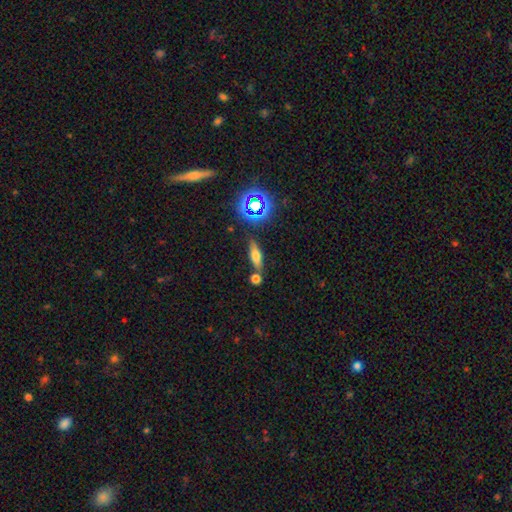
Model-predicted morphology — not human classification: smooth-or-featured: smooth: 58% | featured or disk: 23% | star or artifact: 19%
  how-rounded: in between: 48% | cigar-shaped: 44% | round: 8%
  merging: none: 71% | merger: 14% | minor disturbance: 11% | major disturbance: 4%